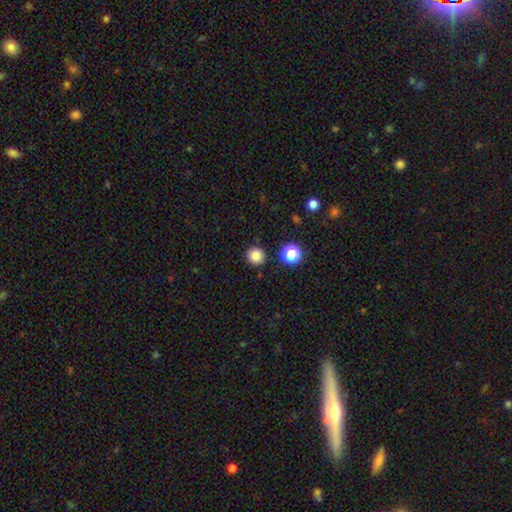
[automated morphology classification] Smooth or featured?
  - smooth: 84% *
  - star or artifact: 12%
  - featured or disk: 4%
How rounded?
  - round: 93% *
  - in between: 6%
  - cigar-shaped: 1%
Merging?
  - none: 90% *
  - minor disturbance: 6%
  - merger: 3%
  - major disturbance: 2%